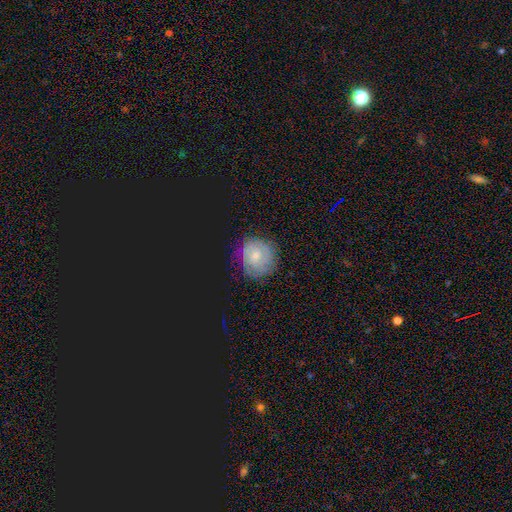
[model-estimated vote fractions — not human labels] A featured or disk galaxy (53%) with no bar (66%), spiral arms (83%) and a small central bulge (54%).

Vote fractions:
- Smooth or featured? featured or disk: 53% / smooth: 32% / star or artifact: 15%
- Edge-on disk? no: 97% / yes: 3%
- Bar? no: 66% / weak: 29% / strong: 5%
- Spiral arms? yes: 83% / no: 17%
- Bulge size? small: 54% / moderate: 35% / none: 5% / large: 3% / dominant: 1%
- Merging? none: 79% / minor disturbance: 14% / major disturbance: 5% / merger: 1%